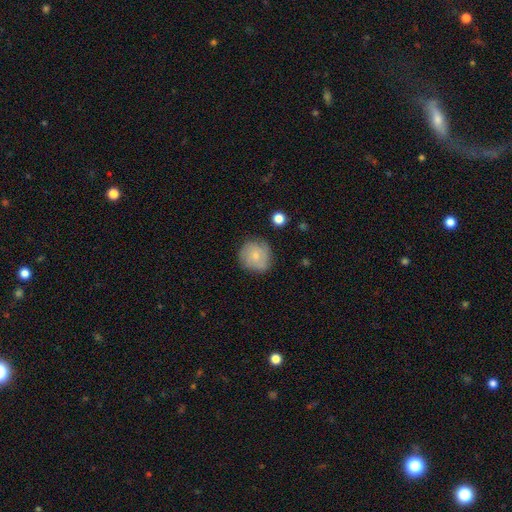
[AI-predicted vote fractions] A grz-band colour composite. It shows a smooth galaxy with no disk features (66%) that is round (91%). Merging: none (76%).